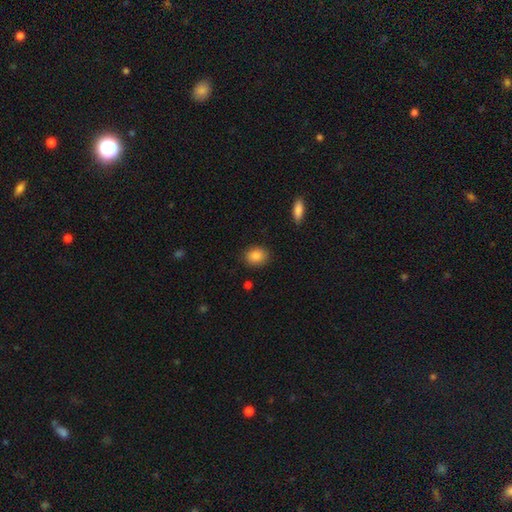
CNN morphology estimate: A smooth galaxy with no disk features (86%) that is round (50%).

Vote fractions:
- Smooth or featured? smooth: 86% / star or artifact: 8% / featured or disk: 5%
- How rounded? round: 50% / in between: 49% / cigar-shaped: 1%
- Merging? none: 87% / minor disturbance: 10% / major disturbance: 2% / merger: 1%